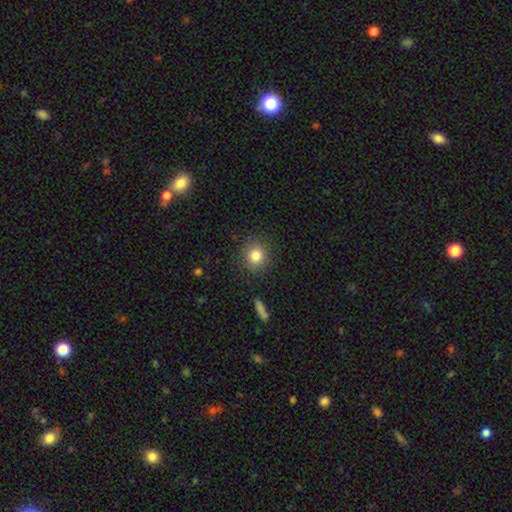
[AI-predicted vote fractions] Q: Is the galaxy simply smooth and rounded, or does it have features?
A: smooth — 83%.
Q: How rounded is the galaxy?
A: round — 87%.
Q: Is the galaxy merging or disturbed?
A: none — 87%.